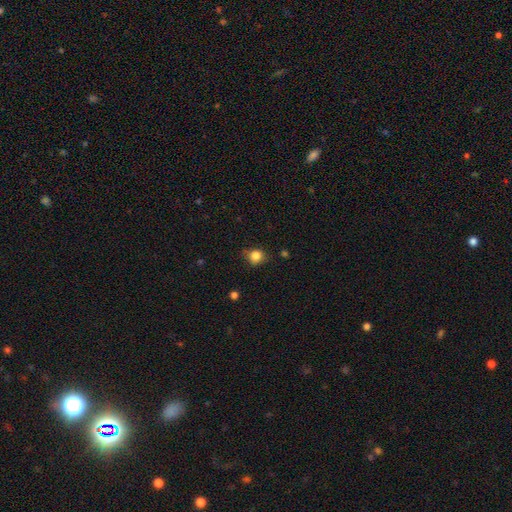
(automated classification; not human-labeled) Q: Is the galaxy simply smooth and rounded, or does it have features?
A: smooth — 82%.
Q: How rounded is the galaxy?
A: round — 80%.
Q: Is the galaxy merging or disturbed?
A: none — 74%.